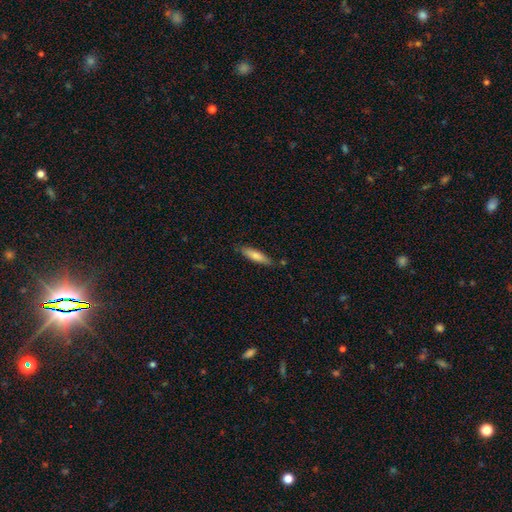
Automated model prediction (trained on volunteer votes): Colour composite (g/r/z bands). It shows a smooth galaxy with no disk features (75%) that is cigar-shaped (69%). Merging: none (80%).